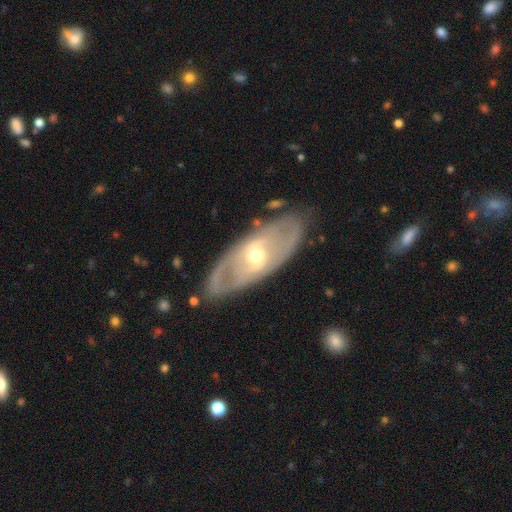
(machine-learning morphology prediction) Overall: featured or disk (75%). Edge-on disk: no (85%). Bar: no (48%; weak 37%). Spiral arms: yes (58%; no 42%). Bulge size: moderate (59%; small 35%). Merging: none (80%).